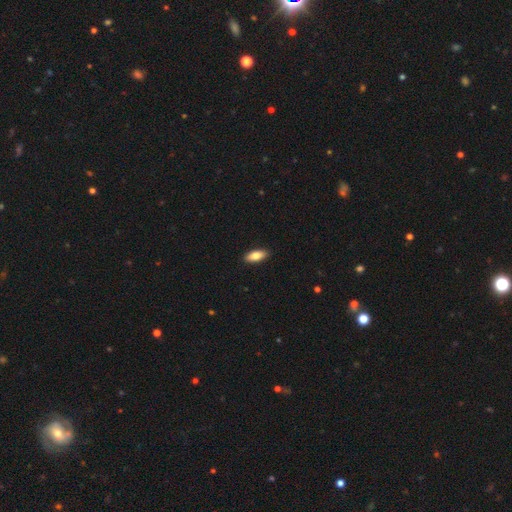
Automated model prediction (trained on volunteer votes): Morphology: type=smooth (80%); roundness=in between (82%); merging=none (90%).